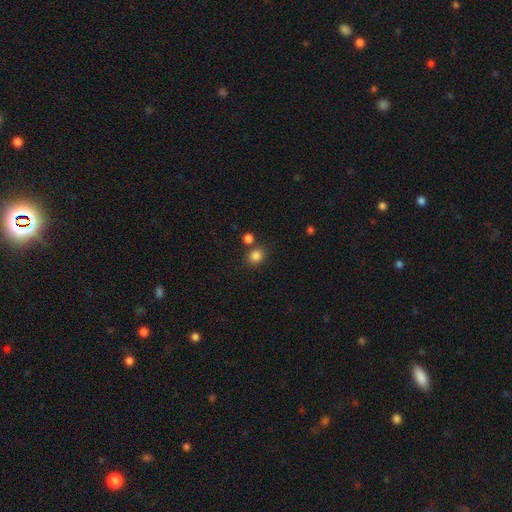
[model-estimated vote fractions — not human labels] A smooth galaxy with no disk features (84%) that is round (71%).

Vote fractions:
- Smooth or featured? smooth: 84% / star or artifact: 12% / featured or disk: 4%
- How rounded? round: 71% / in between: 28% / cigar-shaped: 1%
- Merging? none: 73% / merger: 15% / minor disturbance: 9% / major disturbance: 3%